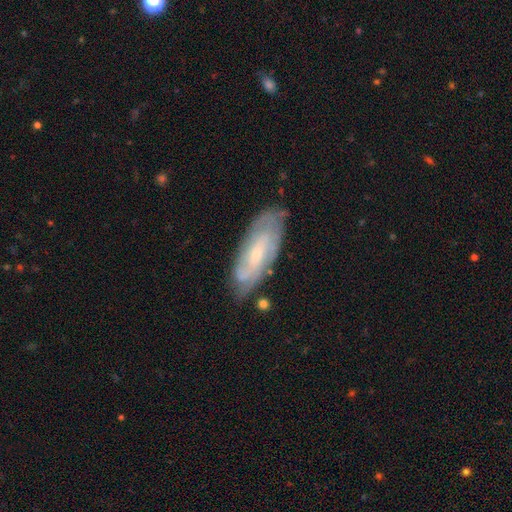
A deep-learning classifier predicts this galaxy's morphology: A featured or disk galaxy (65%) with no bar (51%), spiral arms (83%) and a small central bulge (57%).

Vote fractions:
- Smooth or featured? featured or disk: 65% / smooth: 29% / star or artifact: 6%
- Edge-on disk? no: 84% / yes: 16%
- Bar? no: 51% / weak: 39% / strong: 10%
- Spiral arms? yes: 83% / no: 17%
- Bulge size? small: 57% / moderate: 34% / none: 4% / large: 3% / dominant: 1%
- Merging? none: 70% / minor disturbance: 21% / major disturbance: 6% / merger: 3%